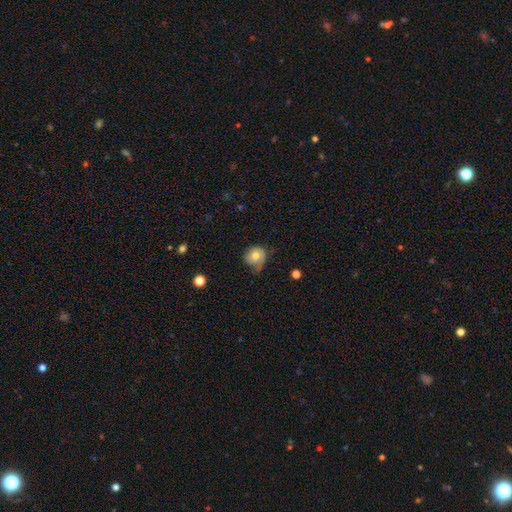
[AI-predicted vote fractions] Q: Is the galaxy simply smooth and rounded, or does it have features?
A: smooth — 64%.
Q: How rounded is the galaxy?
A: round — 74%.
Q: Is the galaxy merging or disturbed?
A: none — 40%.